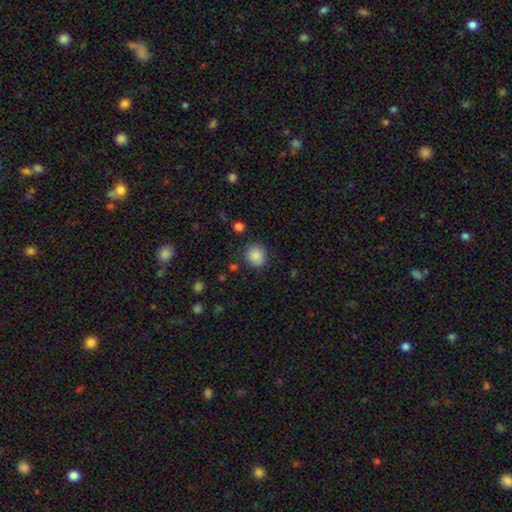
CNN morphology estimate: This is clearly a smooth galaxy (87%). How rounded: likely round (76%). Merging: clearly none (84%).